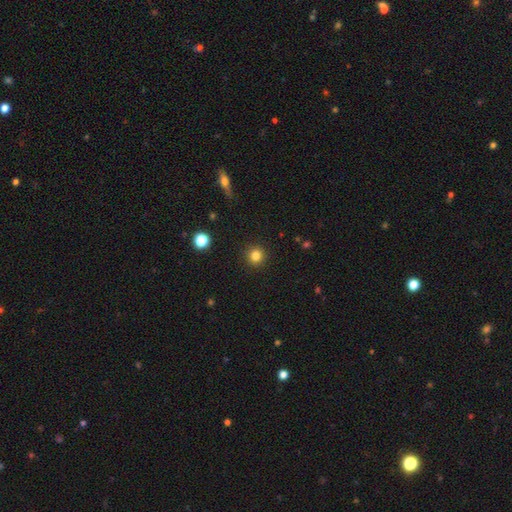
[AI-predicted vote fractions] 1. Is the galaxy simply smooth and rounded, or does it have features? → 82% smooth, 13% star or artifact, 5% featured or disk.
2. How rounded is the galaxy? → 94% round, 5% in between, 1% cigar-shaped.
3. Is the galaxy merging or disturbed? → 92% none, 5% minor disturbance, 2% major disturbance, 1% merger.